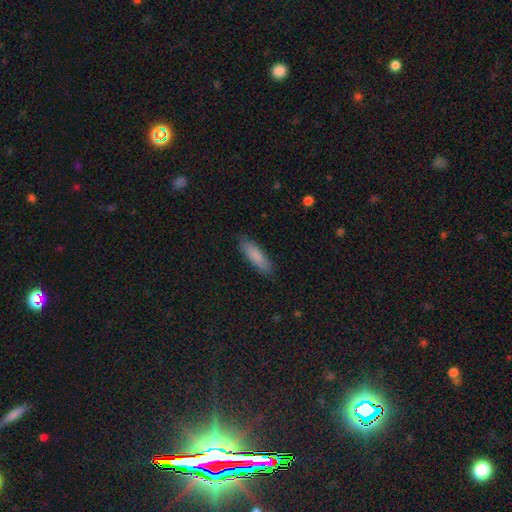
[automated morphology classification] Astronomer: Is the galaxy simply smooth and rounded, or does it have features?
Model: smooth — 84%.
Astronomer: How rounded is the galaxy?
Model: cigar-shaped — 64%.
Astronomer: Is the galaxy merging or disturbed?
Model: none — 87%.